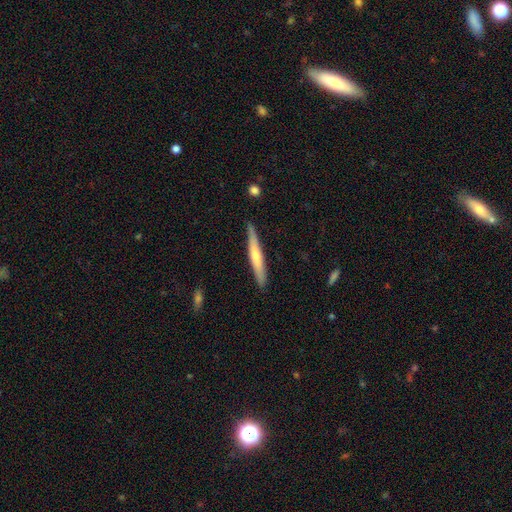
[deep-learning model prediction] Overall: featured or disk (60%; smooth 33%). Edge-on disk: yes (96%). Edge-on bulge: rounded (71%). Merging: none (89%).